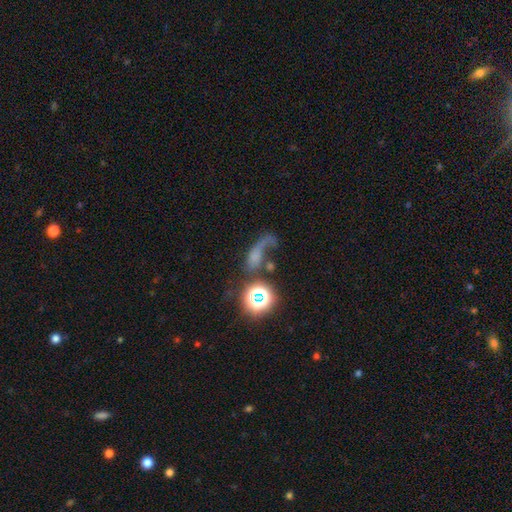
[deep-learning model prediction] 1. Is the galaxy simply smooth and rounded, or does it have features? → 40% smooth, 35% featured or disk, 26% star or artifact.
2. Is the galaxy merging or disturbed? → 39% major disturbance, 25% none, 23% merger, 13% minor disturbance.